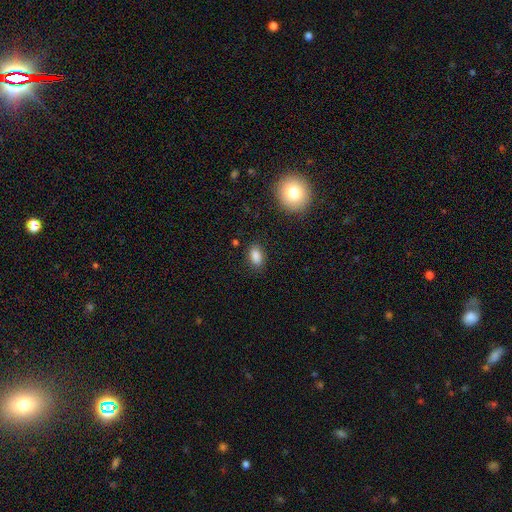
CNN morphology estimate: Q: Smooth or featured?
A: smooth (85%); runner-up: star or artifact (10%)
Q: How rounded?
A: in between (87%); runner-up: round (11%)
Q: Merging?
A: none (85%); runner-up: minor disturbance (11%)